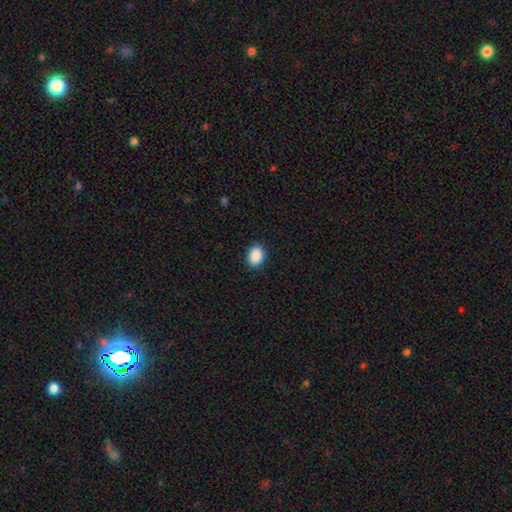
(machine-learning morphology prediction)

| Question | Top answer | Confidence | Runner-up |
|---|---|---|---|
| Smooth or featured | smooth | 90% | star or artifact (8%) |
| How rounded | in between | 61% | round (38%) |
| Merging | none | 89% | minor disturbance (8%) |